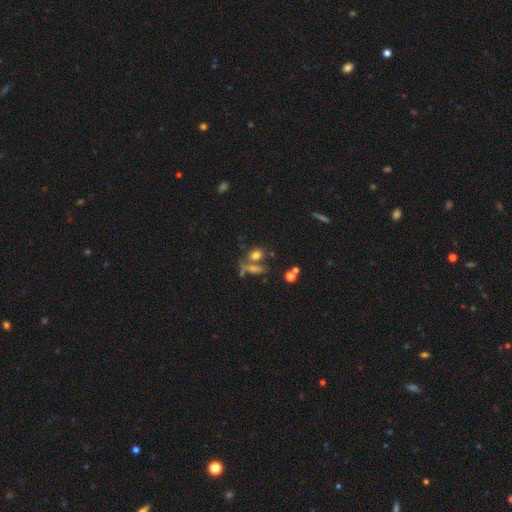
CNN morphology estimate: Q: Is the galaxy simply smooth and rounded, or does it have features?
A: smooth — 70%.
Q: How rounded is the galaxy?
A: in between — 47%.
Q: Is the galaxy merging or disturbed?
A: none — 57%.